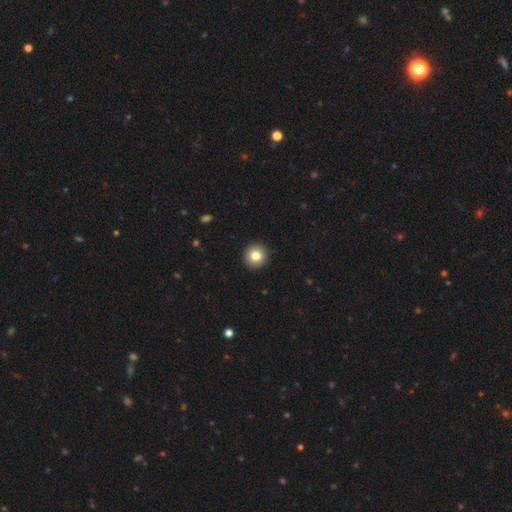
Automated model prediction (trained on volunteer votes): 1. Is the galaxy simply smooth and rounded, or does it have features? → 82% smooth, 9% star or artifact, 9% featured or disk.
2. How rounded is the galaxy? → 95% round, 4% in between, 1% cigar-shaped.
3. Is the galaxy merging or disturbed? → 93% none, 4% minor disturbance, 1% major disturbance, 1% merger.